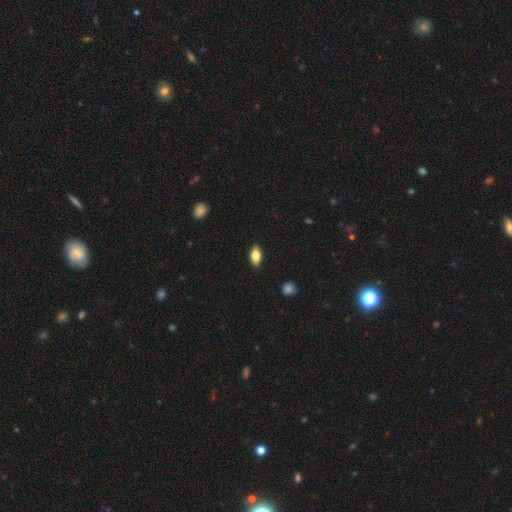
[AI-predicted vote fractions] smooth_or_featured: smooth (p=0.77) [alt: featured or disk p=0.16]
how_rounded: in between (p=0.87) [alt: cigar-shaped p=0.10]
merging: none (p=0.89) [alt: minor disturbance p=0.09]